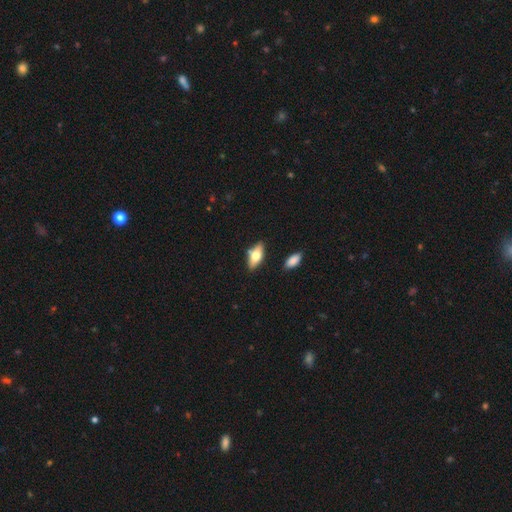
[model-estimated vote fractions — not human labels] Smooth or featured? Predicted: smooth (p=0.63). How rounded? Predicted: in between (p=0.81). Merging? Predicted: none (p=0.79).